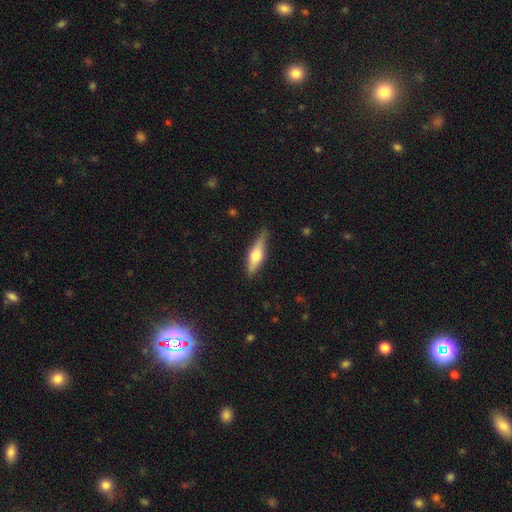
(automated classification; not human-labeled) Smooth or featured? smooth (51%)
How rounded? cigar-shaped (53%)
Merging? none (77%)